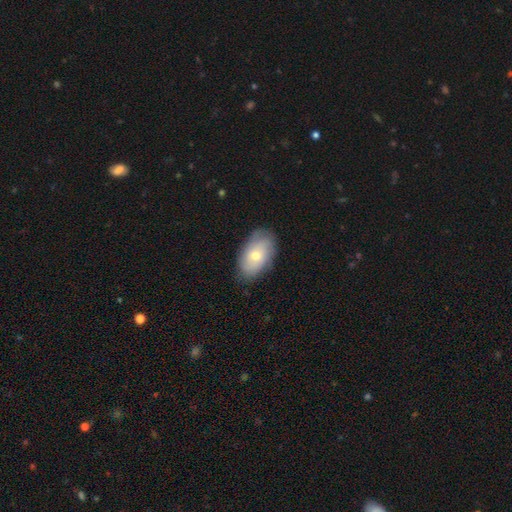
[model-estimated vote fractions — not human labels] A smooth galaxy with no disk features (61%) that is in between round and cigar-shaped (91%). Merging: none (80%).